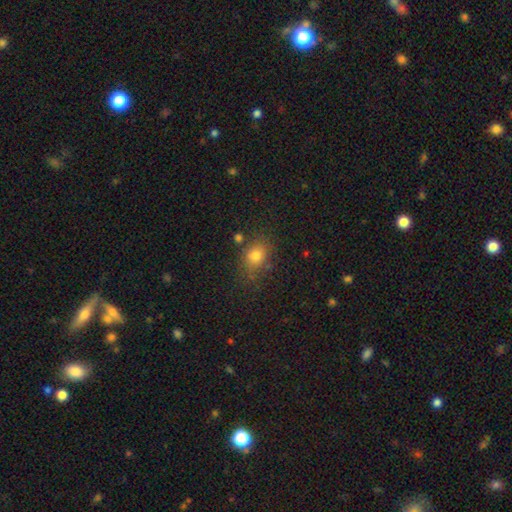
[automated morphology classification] Smooth or featured? smooth (76%)
How rounded? in between (51%)
Merging? none (71%)